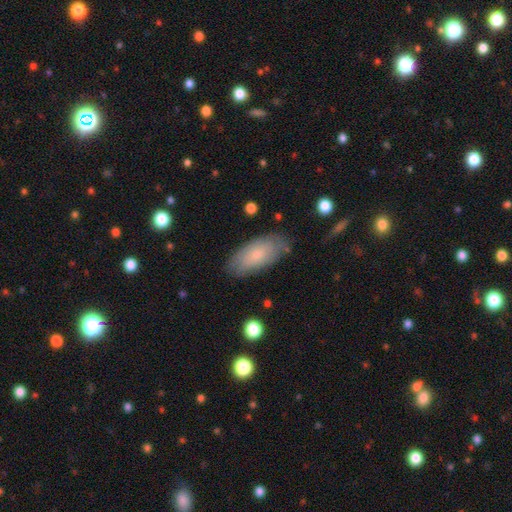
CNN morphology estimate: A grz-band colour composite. It shows a smooth galaxy with no disk features (71%) that is in between round and cigar-shaped (90%). Merging: none (77%).